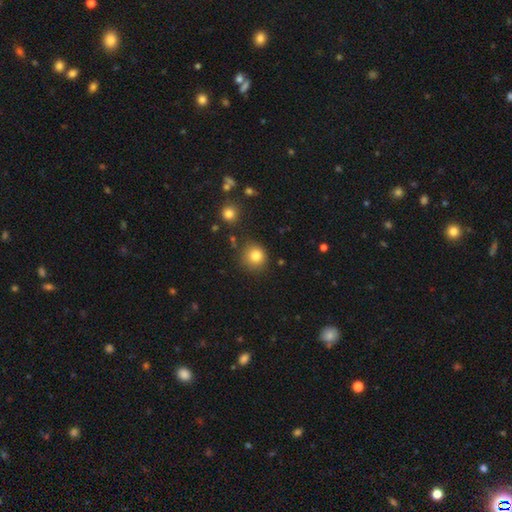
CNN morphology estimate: type=smooth (82%); roundness=round (90%); merging=none (83%).